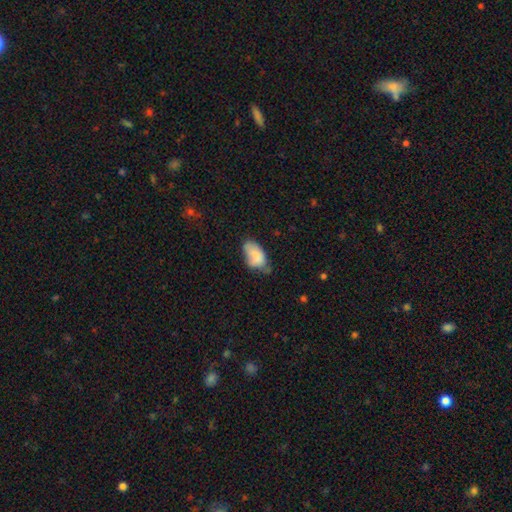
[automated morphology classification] Q: Smooth or featured?
A: smooth (77%); runner-up: featured or disk (16%)
Q: How rounded?
A: in between (93%); runner-up: round (5%)
Q: Merging?
A: minor disturbance (43%); runner-up: none (37%)